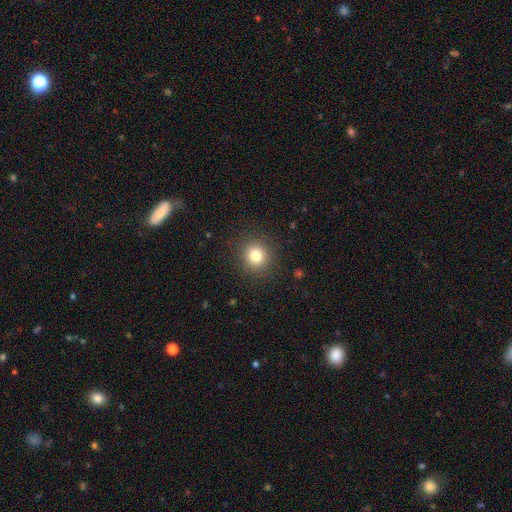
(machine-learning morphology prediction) smooth 80%, star or artifact 13%, featured or disk 7%. Down the decision tree: how rounded — round (91%); merging — none (90%).